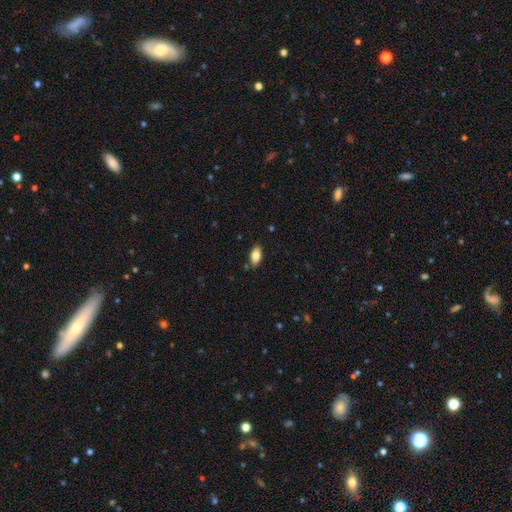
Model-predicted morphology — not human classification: Smooth or featured? smooth (81%)
How rounded? in between (91%)
Merging? none (85%)